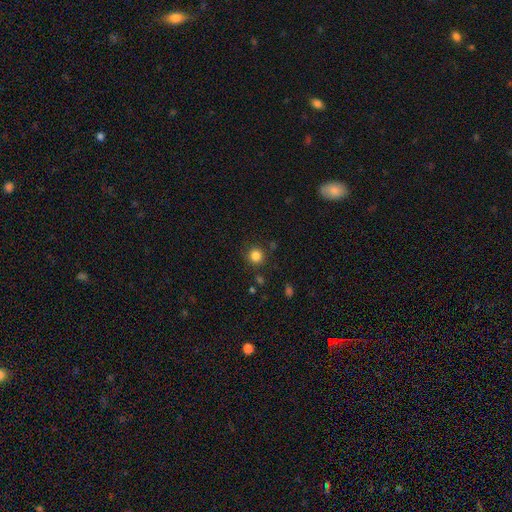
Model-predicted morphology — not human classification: This appears to be a smooth galaxy with no disk features (84%) that is round (93%). Merging: none (86%).